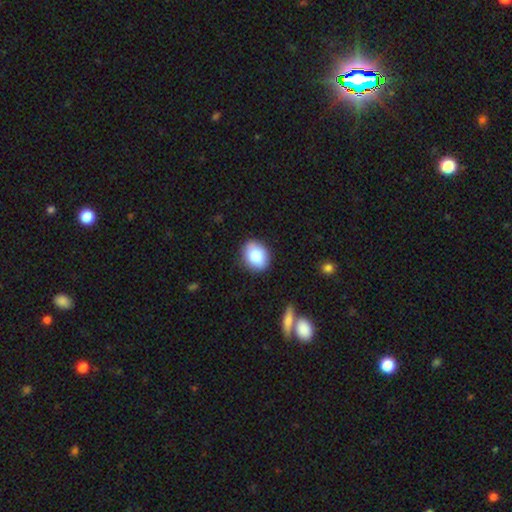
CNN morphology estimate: Smooth or featured? smooth (83%)
How rounded? in between (52%)
Merging? none (85%)